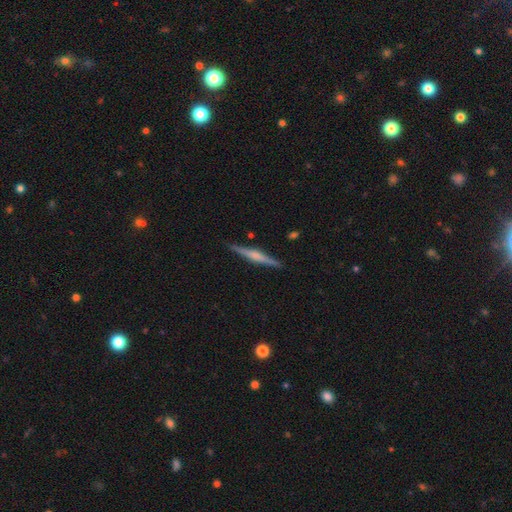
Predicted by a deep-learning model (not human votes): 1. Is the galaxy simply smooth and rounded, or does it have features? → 70% featured or disk, 24% smooth, 6% star or artifact.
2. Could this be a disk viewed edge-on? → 98% yes, 2% no.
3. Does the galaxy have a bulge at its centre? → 62% rounded, 23% boxy, 15% none.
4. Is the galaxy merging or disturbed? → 90% none, 7% minor disturbance, 1% major disturbance, 1% merger.